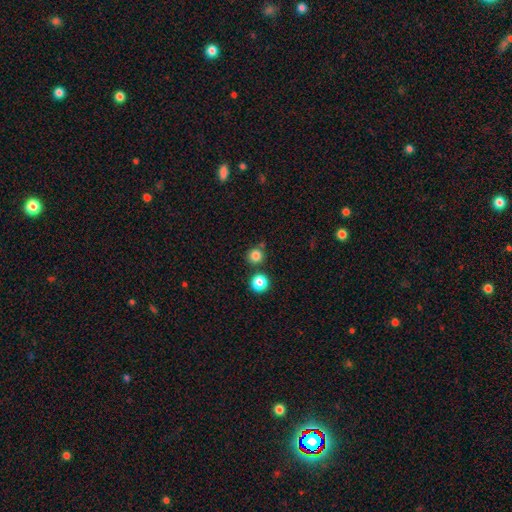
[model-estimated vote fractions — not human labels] smooth 81%, star or artifact 14%, featured or disk 5%. Down the decision tree: how rounded — round (93%); merging — none (79%).